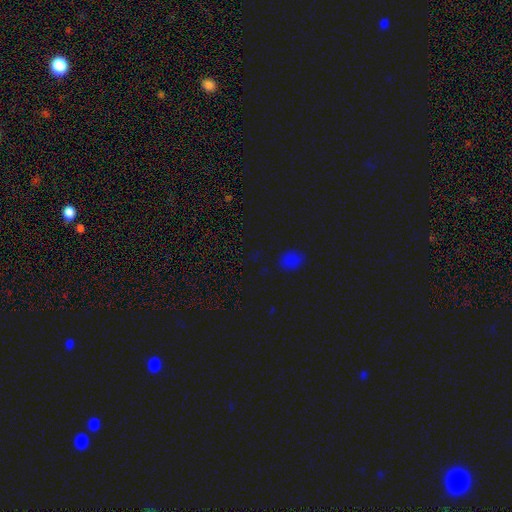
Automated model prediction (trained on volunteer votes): smooth_or_featured: star or artifact (p=0.50) [alt: smooth p=0.44]